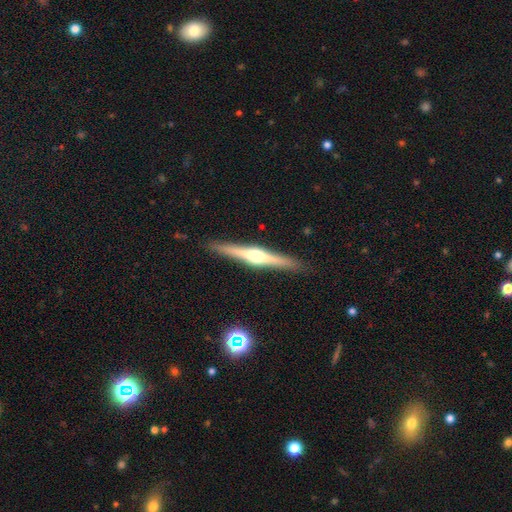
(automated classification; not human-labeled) featured or disk 76%, smooth 19%, star or artifact 5%. Down the decision tree: edge-on disk — yes (98%); edge-on bulge — rounded (93%); merging — none (91%).